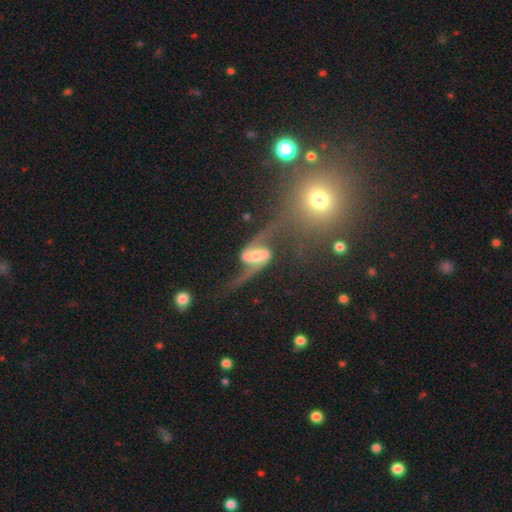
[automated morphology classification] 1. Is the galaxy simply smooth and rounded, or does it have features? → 90% featured or disk, 5% star or artifact, 4% smooth.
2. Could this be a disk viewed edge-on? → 96% no, 4% yes.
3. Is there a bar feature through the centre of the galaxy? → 42% weak, 41% strong, 17% no.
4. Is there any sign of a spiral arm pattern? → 97% yes, 3% no.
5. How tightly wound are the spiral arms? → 78% loose, 18% medium, 4% tight.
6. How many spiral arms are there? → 94% 2, 2% 1, 1% can't tell, 1% 3, 1% 4, 1% more than 4.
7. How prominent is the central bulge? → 44% small, 36% moderate, 11% none, 7% large, 2% dominant.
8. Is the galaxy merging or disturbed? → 66% none, 14% minor disturbance, 12% major disturbance, 8% merger.